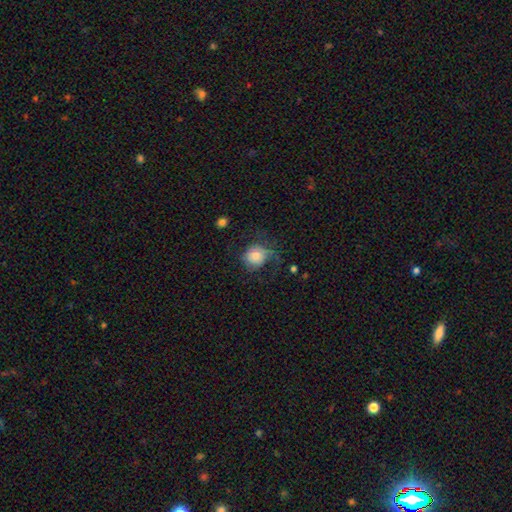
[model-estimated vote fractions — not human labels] Q: Smooth or featured?
A: smooth (66%); runner-up: featured or disk (25%)
Q: How rounded?
A: round (76%); runner-up: in between (23%)
Q: Merging?
A: none (44%); runner-up: major disturbance (32%)